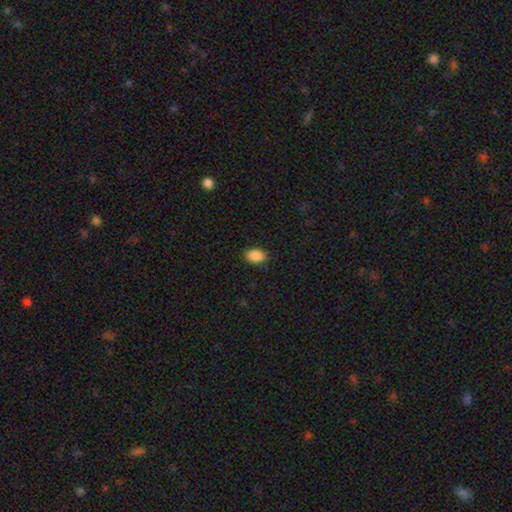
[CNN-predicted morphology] This appears to be a smooth galaxy with no disk features (89%) that is in between round and cigar-shaped (85%). Merging: none (87%).